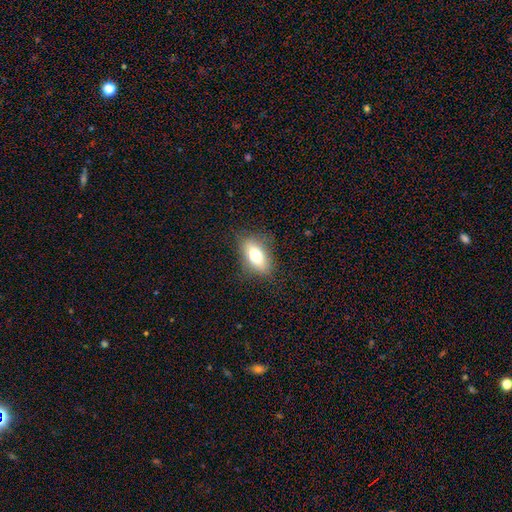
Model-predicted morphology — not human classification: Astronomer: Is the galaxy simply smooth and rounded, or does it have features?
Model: smooth — 72%.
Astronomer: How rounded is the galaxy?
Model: in between — 82%.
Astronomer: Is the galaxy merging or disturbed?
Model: none — 81%.